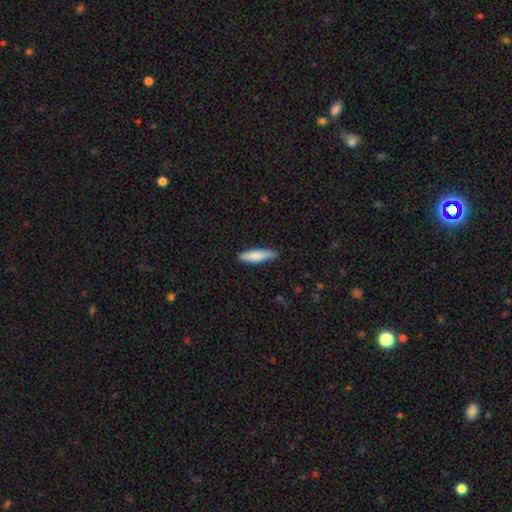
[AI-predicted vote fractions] This appears to be a smooth galaxy with no disk features (78%) that is cigar-shaped (73%). Merging: none (82%).